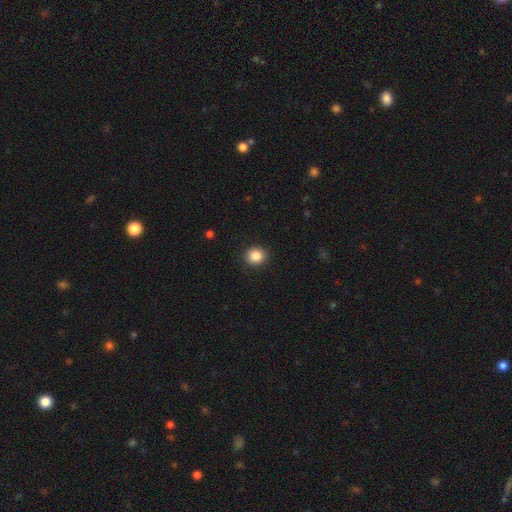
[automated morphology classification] type=smooth (86%); roundness=round (86%); merging=none (91%).